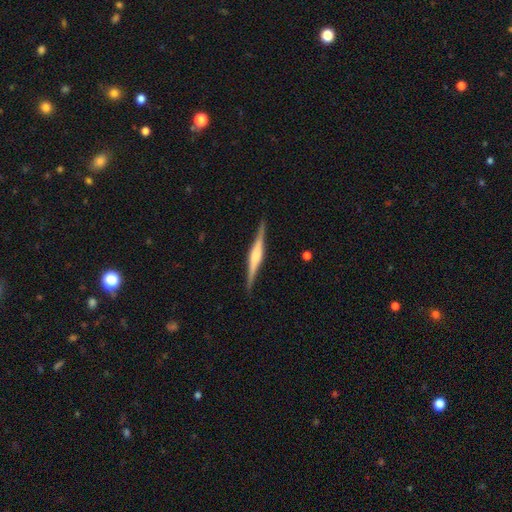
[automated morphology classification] Q: Smooth or featured?
A: featured or disk (79%); runner-up: smooth (16%)
Q: Edge-on disk?
A: yes (98%); runner-up: no (2%)
Q: Edge-on bulge?
A: rounded (60%); runner-up: boxy (32%)
Q: Merging?
A: none (90%); runner-up: minor disturbance (8%)